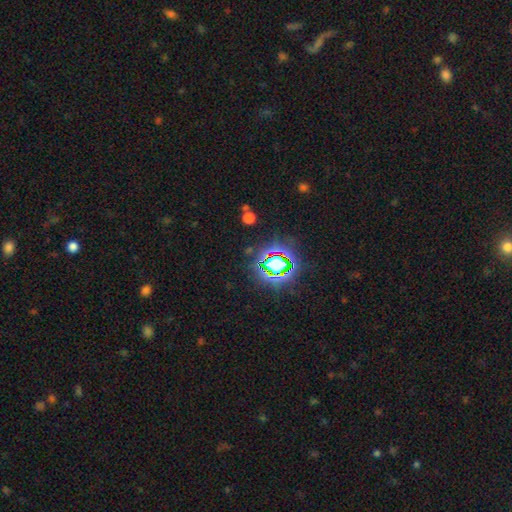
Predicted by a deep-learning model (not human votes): Q: Smooth or featured?
A: star or artifact (79%); runner-up: smooth (14%)